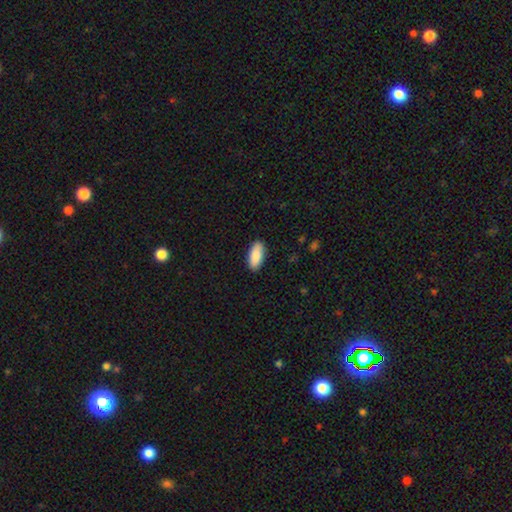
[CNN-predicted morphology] Smooth or featured? smooth (90%)
How rounded? in between (88%)
Merging? none (90%)